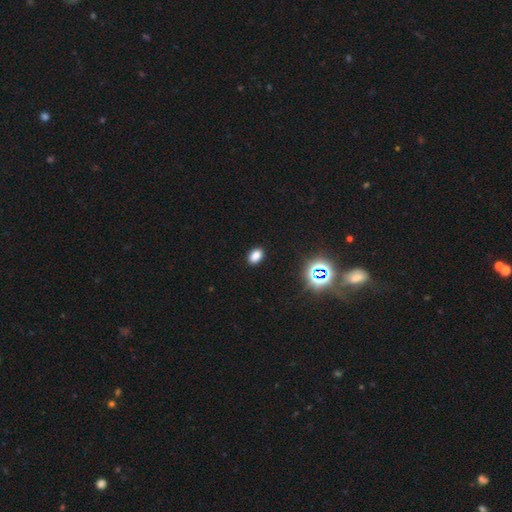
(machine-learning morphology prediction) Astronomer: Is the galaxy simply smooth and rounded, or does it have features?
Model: smooth — 79%.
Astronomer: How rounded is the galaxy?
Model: in between — 83%.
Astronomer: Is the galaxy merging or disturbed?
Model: none — 89%.